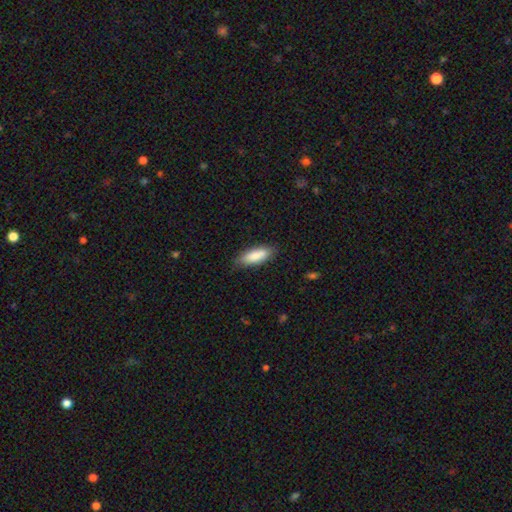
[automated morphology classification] Smooth or featured? Predicted: smooth (p=0.86). How rounded? Predicted: in between (p=0.65). Merging? Predicted: none (p=0.82).